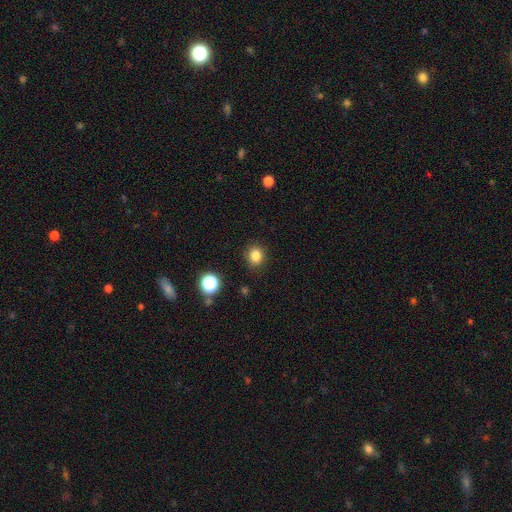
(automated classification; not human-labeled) smooth 83%, star or artifact 13%, featured or disk 5%. Down the decision tree: how rounded — round (76%); merging — none (87%).